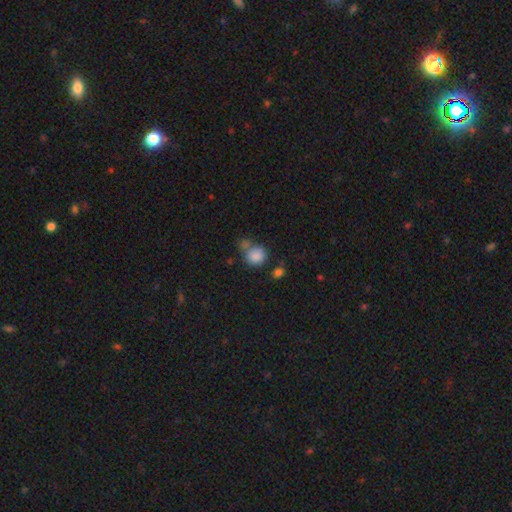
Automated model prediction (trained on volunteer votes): A smooth galaxy with no disk features (84%) that is round (80%).

Vote fractions:
- Smooth or featured? smooth: 84% / star or artifact: 10% / featured or disk: 6%
- How rounded? round: 80% / in between: 19% / cigar-shaped: 1%
- Merging? none: 50% / merger: 28% / minor disturbance: 15% / major disturbance: 7%